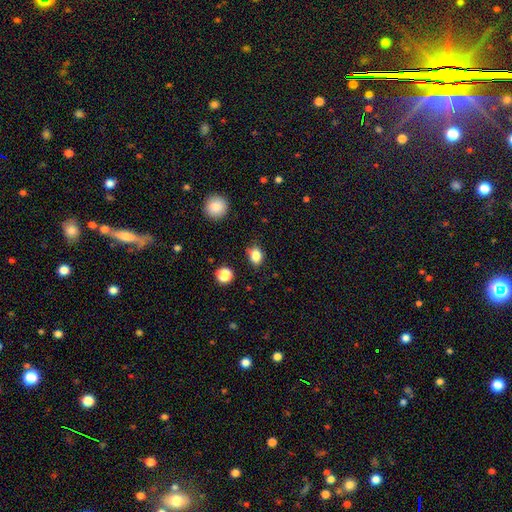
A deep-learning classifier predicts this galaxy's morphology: Q: Smooth or featured?
A: smooth (83%); runner-up: star or artifact (11%)
Q: How rounded?
A: in between (59%); runner-up: round (40%)
Q: Merging?
A: none (79%); runner-up: minor disturbance (15%)